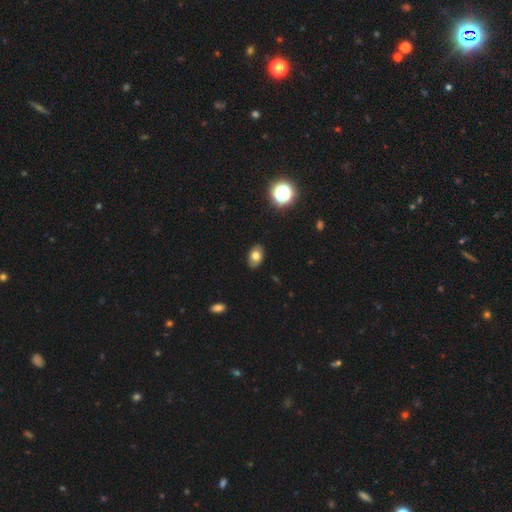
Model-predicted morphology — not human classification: This appears to be a smooth galaxy with no disk features (74%) that is in between round and cigar-shaped (85%). Merging: none (86%).